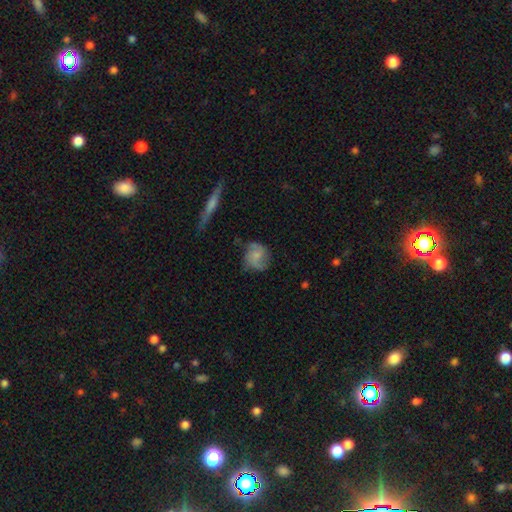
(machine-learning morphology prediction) This appears to be a smooth galaxy with no disk features (48%). Merging: none (62%).